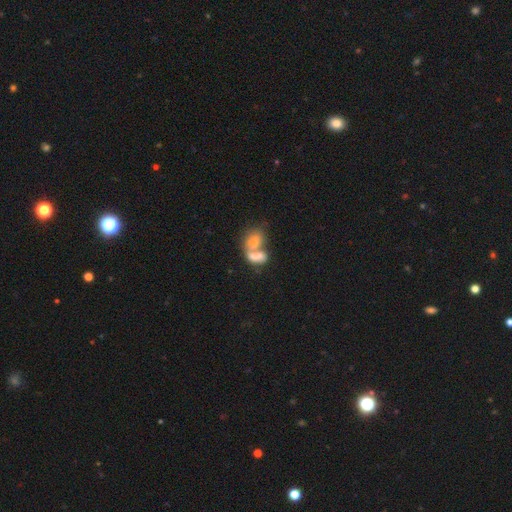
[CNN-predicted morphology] This appears to be a smooth galaxy with no disk features (72%) that is in between round and cigar-shaped (82%). Merging: merger (72%).